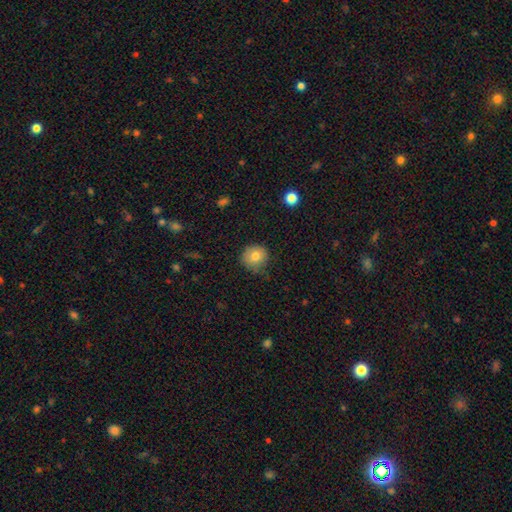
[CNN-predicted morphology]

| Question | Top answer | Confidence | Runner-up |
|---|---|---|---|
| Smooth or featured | smooth | 79% | featured or disk (11%) |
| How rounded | round | 90% | in between (9%) |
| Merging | none | 77% | minor disturbance (18%) |